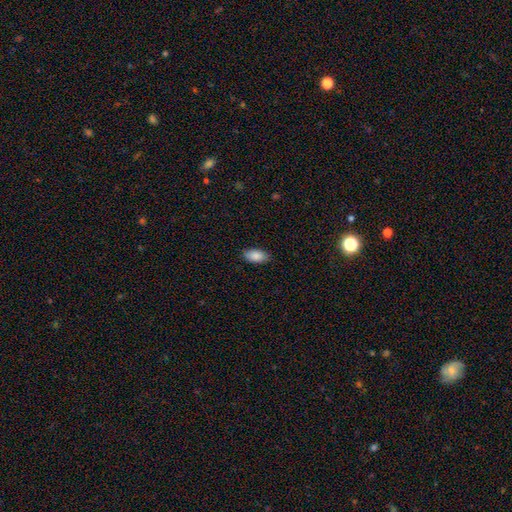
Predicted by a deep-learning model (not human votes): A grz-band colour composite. It shows a smooth galaxy with no disk features (87%) that is in between round and cigar-shaped (93%). Merging: none (86%).